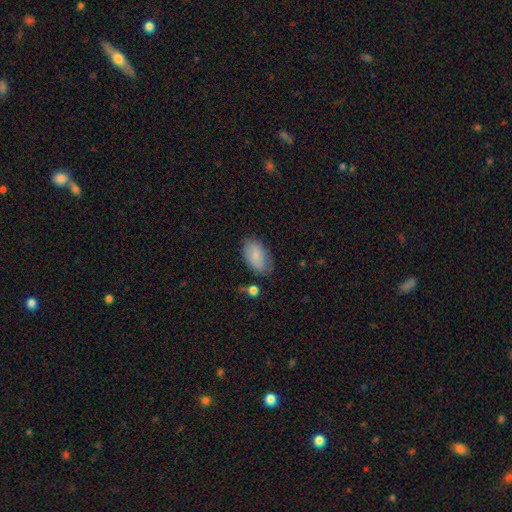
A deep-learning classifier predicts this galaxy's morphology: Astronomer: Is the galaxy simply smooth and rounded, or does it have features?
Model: smooth — 82%.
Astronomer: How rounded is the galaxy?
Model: in between — 94%.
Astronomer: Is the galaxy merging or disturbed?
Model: none — 74%.